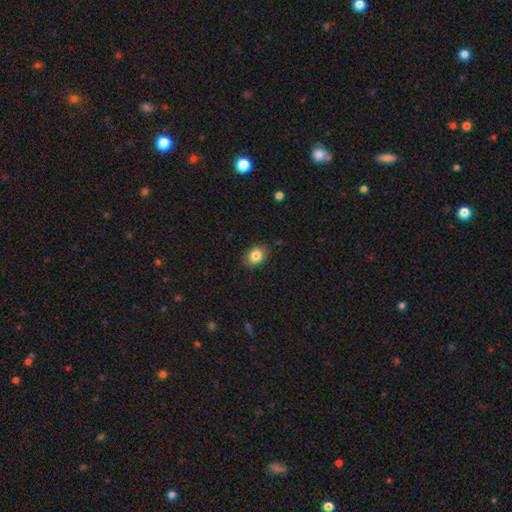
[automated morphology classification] smooth_or_featured: smooth (p=0.85) [alt: star or artifact p=0.09]
how_rounded: in between (p=0.60) [alt: round p=0.39]
merging: none (p=0.86) [alt: minor disturbance p=0.11]